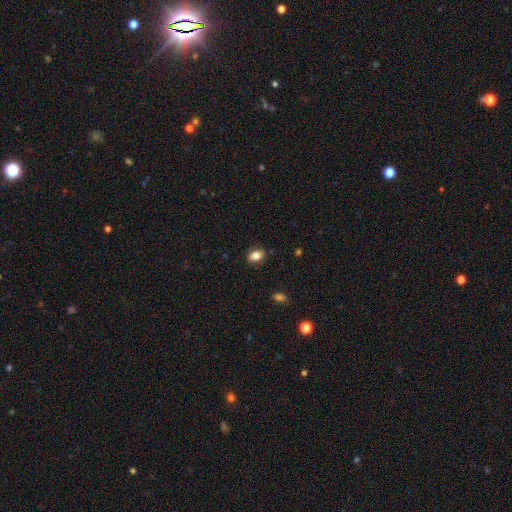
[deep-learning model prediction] Smooth or featured? Predicted: smooth (p=0.84). How rounded? Predicted: in between (p=0.76). Merging? Predicted: none (p=0.85).